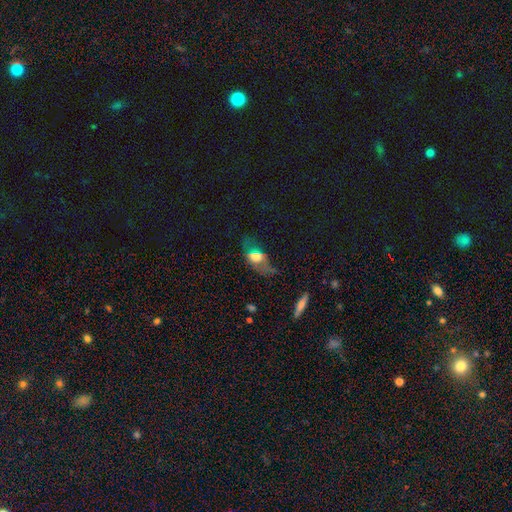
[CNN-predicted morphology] The model was most divided on "smooth or featured": smooth: 51%, featured or disk: 33%, star or artifact: 17%. Remaining: how rounded — in between (78%); merging — none (48%).